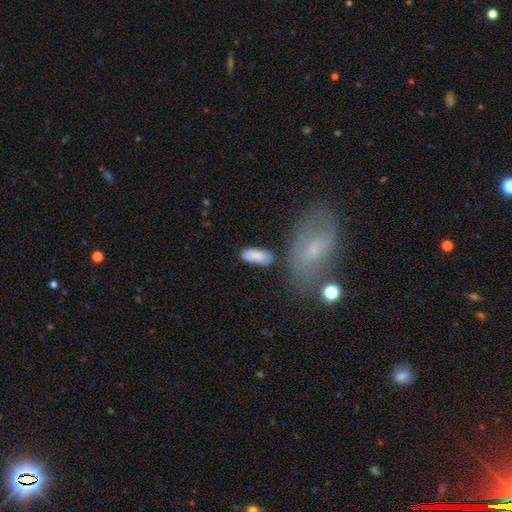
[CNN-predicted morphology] Smooth or featured? smooth (82%)
How rounded? in between (81%)
Merging? none (65%)